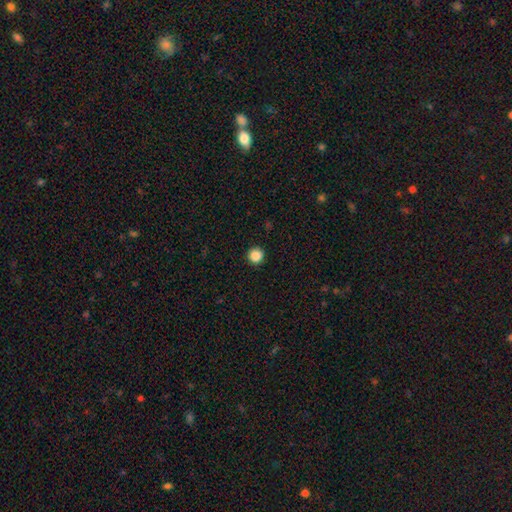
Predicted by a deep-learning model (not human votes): Smooth or featured? Predicted: smooth (p=0.87). How rounded? Predicted: round (p=0.96). Merging? Predicted: none (p=0.93).